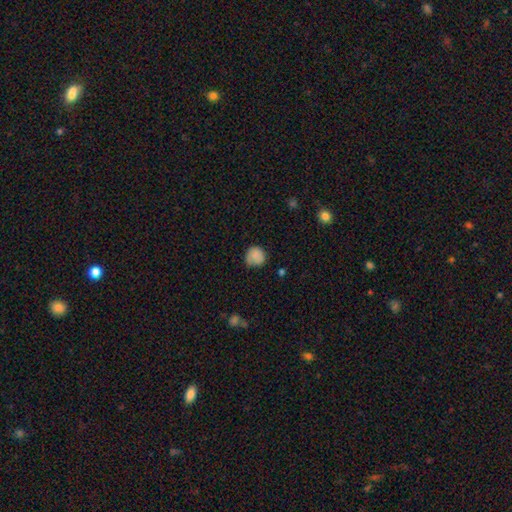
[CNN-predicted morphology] Smooth or featured? smooth (84%)
How rounded? round (86%)
Merging? none (59%)